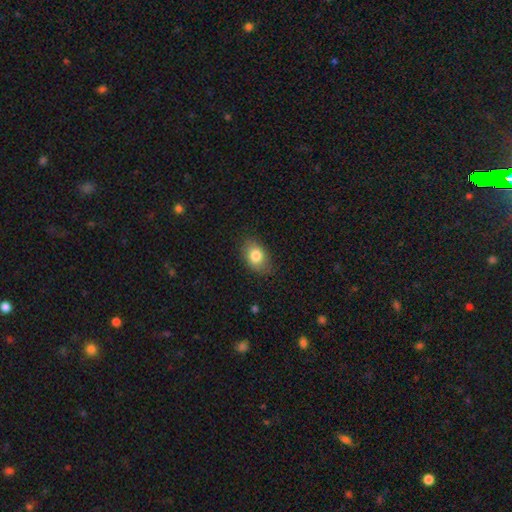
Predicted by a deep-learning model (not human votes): Overall: smooth (80%). How rounded: in between (83%). Merging: none (80%).